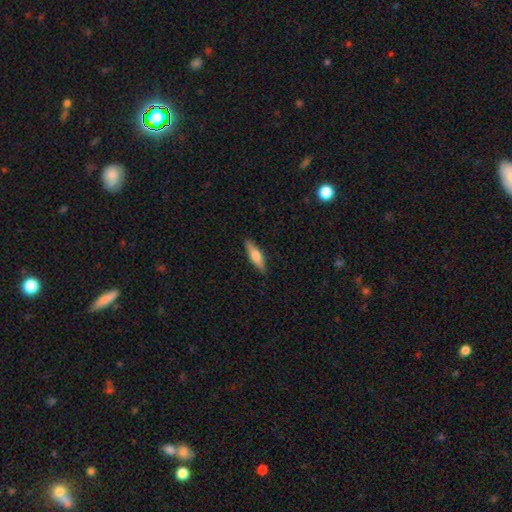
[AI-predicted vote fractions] Smooth or featured? smooth (55%)
How rounded? cigar-shaped (64%)
Merging? none (88%)